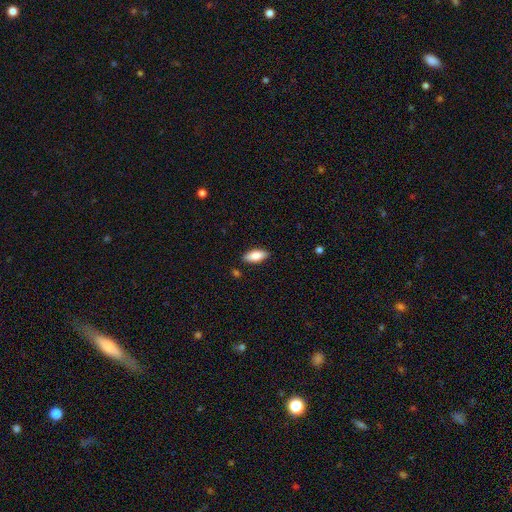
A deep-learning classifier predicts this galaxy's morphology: Smooth or featured: smooth — 84% (featured or disk — 10%)
How rounded: in between — 83% (cigar-shaped — 15%)
Merging: none — 87% (minor disturbance — 10%)